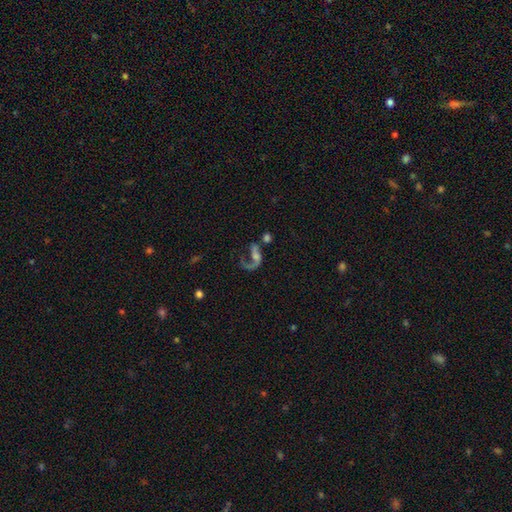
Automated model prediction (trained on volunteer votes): smooth_or_featured: featured or disk (p=0.63) [alt: smooth p=0.25]
disk_edge_on: no (p=0.95) [alt: yes p=0.05]
bar: no (p=0.60) [alt: weak p=0.27]
has_spiral_arms: yes (p=0.74) [alt: no p=0.26]
bulge_size: none (p=0.33) [alt: small p=0.31]
merging: major disturbance (p=0.41) [alt: none p=0.25]